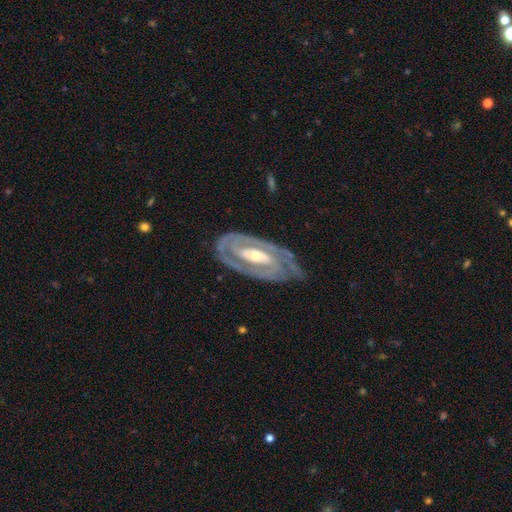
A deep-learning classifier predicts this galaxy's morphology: Smooth or featured: featured or disk — 89% (smooth — 7%)
Edge-on disk: no — 94% (yes — 6%)
Bar: strong — 44% (weak — 32%)
Spiral arms: yes — 93% (no — 7%)
Spiral winding: tight — 70% (medium — 24%)
Spiral arm count: 2 — 73% (can't tell — 13%)
Bulge size: moderate — 49% (small — 46%)
Merging: none — 72% (minor disturbance — 19%)